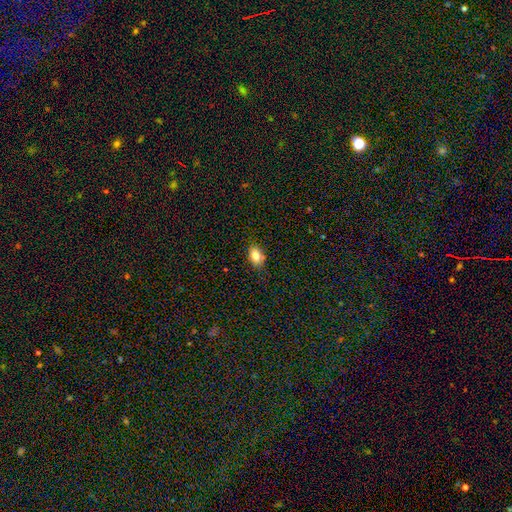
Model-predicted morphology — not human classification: Overall: smooth (80%). How rounded: in between (82%). Merging: none (82%).